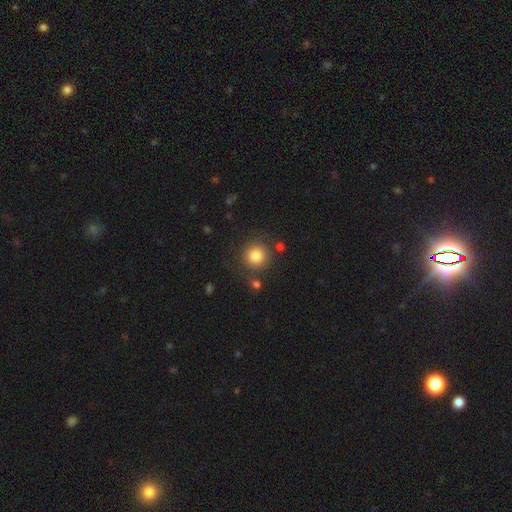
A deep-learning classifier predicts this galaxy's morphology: Q: Smooth or featured?
A: smooth (84%); runner-up: star or artifact (10%)
Q: How rounded?
A: round (93%); runner-up: in between (6%)
Q: Merging?
A: none (84%); runner-up: minor disturbance (8%)